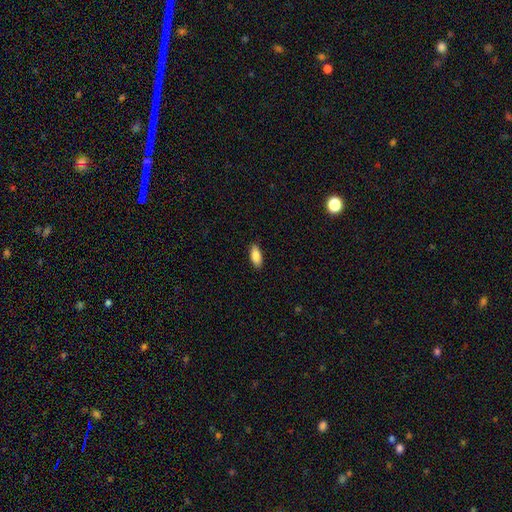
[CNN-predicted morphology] type=smooth (86%); roundness=in between (85%); merging=none (88%).